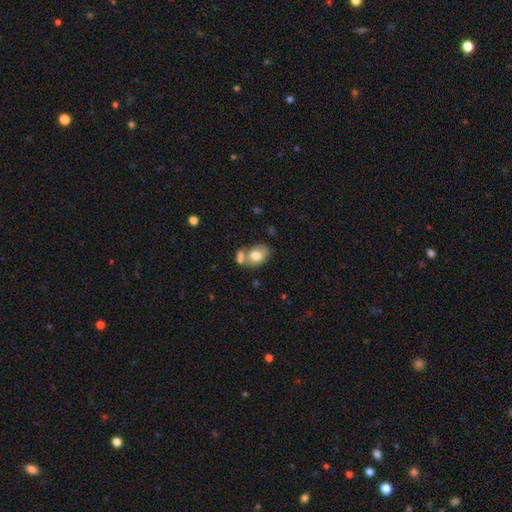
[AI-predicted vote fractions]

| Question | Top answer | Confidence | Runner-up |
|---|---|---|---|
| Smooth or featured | smooth | 69% | featured or disk (23%) |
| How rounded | in between | 73% | round (26%) |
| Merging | none | 39% | merger (38%) |